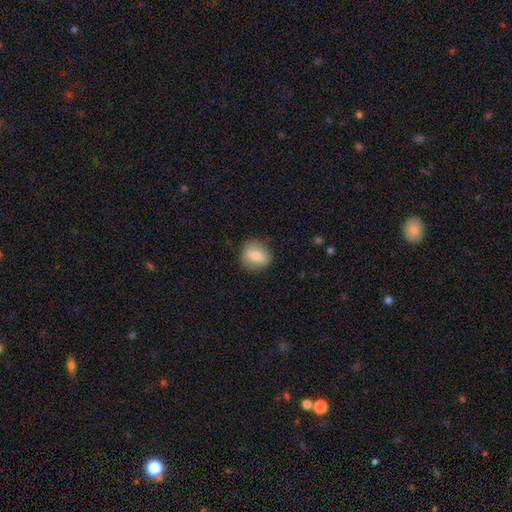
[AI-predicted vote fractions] smooth_or_featured: smooth (p=0.71) [alt: featured or disk p=0.21]
how_rounded: round (p=0.73) [alt: in between p=0.26]
merging: none (p=0.82) [alt: minor disturbance p=0.13]